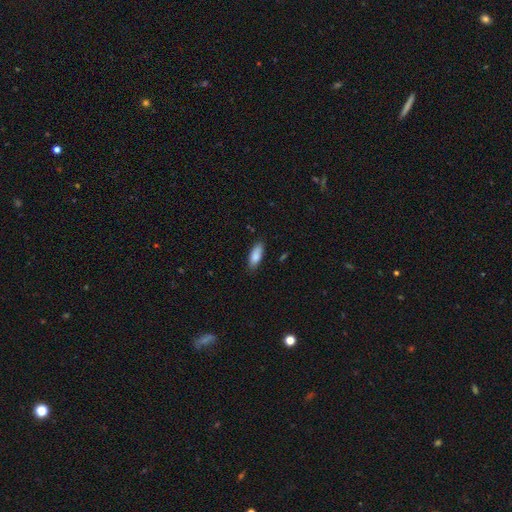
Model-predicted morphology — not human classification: Smooth or featured? Predicted: smooth (p=0.86). How rounded? Predicted: in between (p=0.73). Merging? Predicted: none (p=0.82).